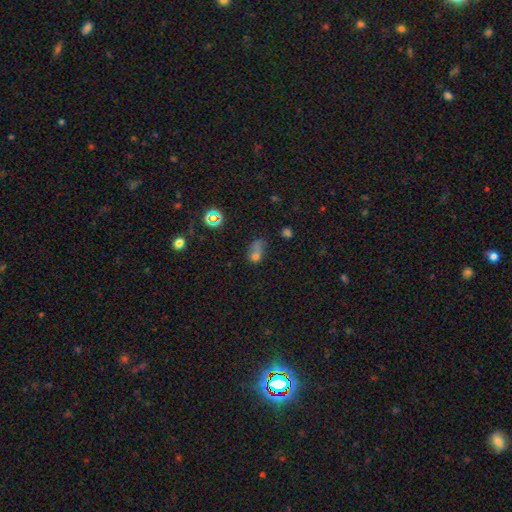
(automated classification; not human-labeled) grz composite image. It shows a smooth galaxy with no disk features (64%) that is in between round and cigar-shaped (60%). Merging: none (30%).